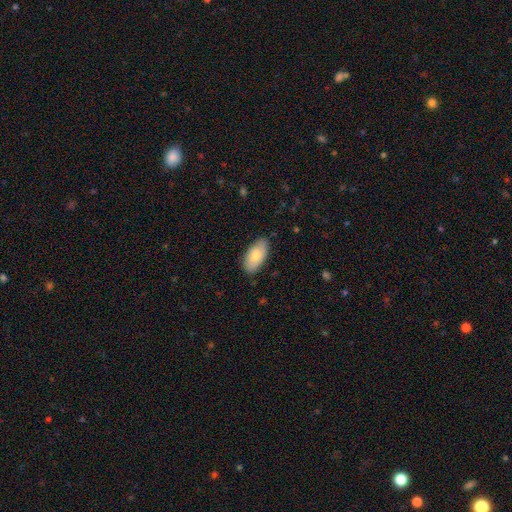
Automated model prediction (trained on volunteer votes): This is likely a smooth galaxy (79%). How rounded: clearly in between (93%). Merging: clearly none (83%).